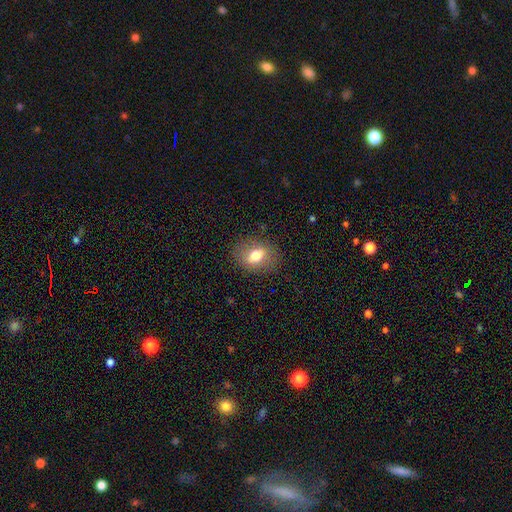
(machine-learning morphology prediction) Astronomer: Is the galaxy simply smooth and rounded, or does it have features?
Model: smooth — 67%.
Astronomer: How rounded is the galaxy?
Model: in between — 65%.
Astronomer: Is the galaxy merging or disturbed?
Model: none — 82%.